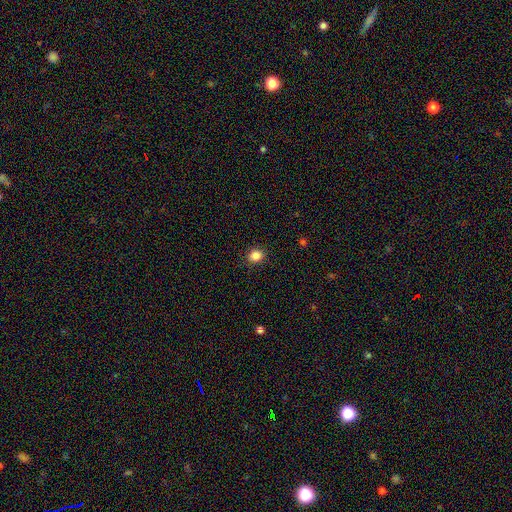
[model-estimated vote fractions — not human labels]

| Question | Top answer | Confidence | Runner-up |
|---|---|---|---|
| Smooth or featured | smooth | 85% | star or artifact (11%) |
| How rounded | round | 73% | in between (26%) |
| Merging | none | 89% | minor disturbance (8%) |